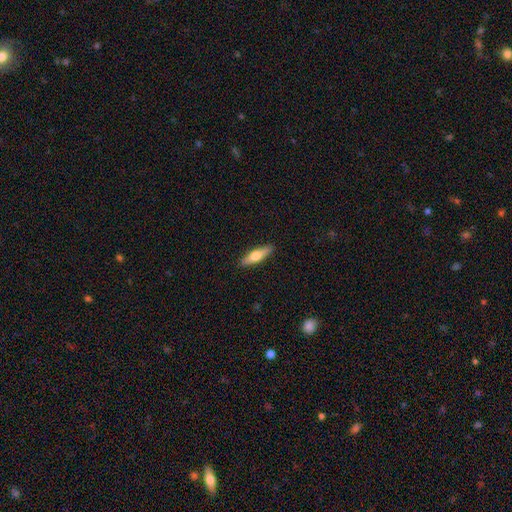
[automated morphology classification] smooth_or_featured: smooth (p=0.60) [alt: featured or disk p=0.34]
how_rounded: cigar-shaped (p=0.60) [alt: in between p=0.38]
merging: none (p=0.90) [alt: minor disturbance p=0.07]